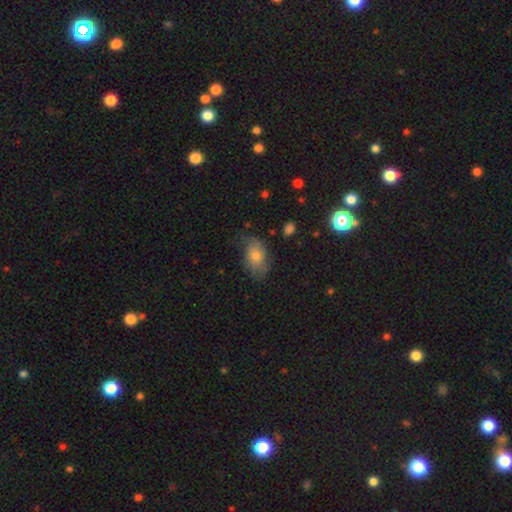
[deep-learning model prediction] The model was most divided on "merging": none: 57%, minor disturbance: 29%, major disturbance: 13%, merger: 2%. More confident: how rounded — in between (86%); smooth or featured — smooth (60%).